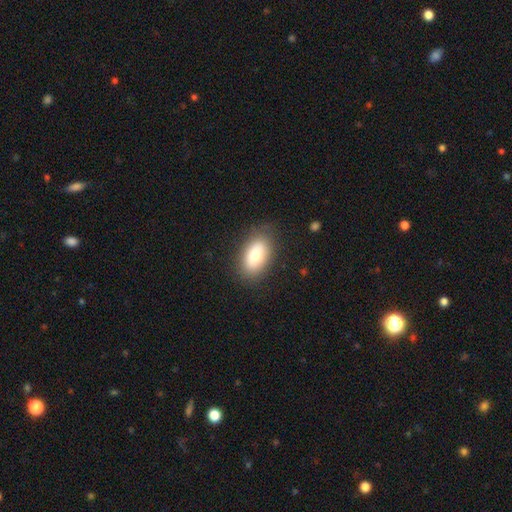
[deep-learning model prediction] Smooth or featured? Predicted: smooth (p=0.79). How rounded? Predicted: in between (p=0.91). Merging? Predicted: none (p=0.82).